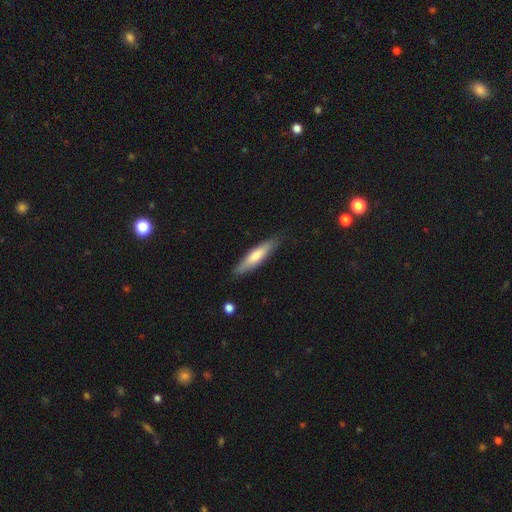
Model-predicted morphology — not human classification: smooth 62%, featured or disk 32%, star or artifact 5%. Down the decision tree: how rounded — cigar-shaped (81%); merging — none (86%).